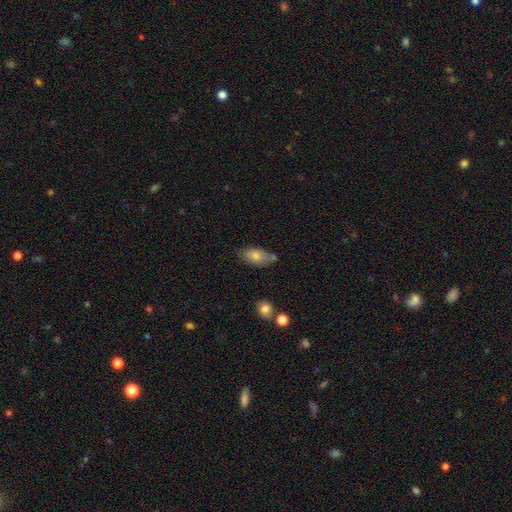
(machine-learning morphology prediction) Overall: smooth (78%). How rounded: in between (92%). Merging: none (65%).